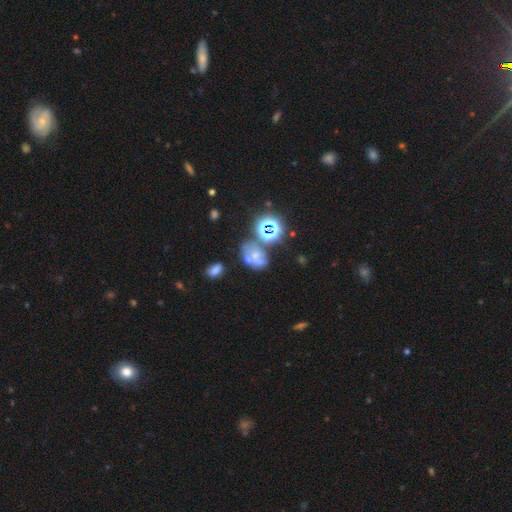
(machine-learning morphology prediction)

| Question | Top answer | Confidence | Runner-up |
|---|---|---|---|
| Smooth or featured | smooth | 36% | featured or disk (35%) |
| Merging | merger | 35% | none (32%) |